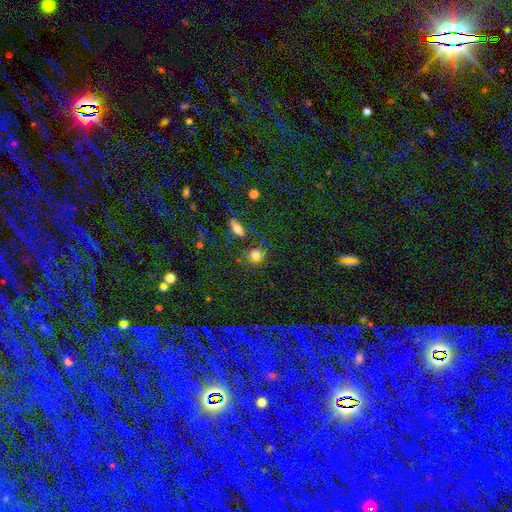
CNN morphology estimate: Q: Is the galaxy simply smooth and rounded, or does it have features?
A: smooth — 77%.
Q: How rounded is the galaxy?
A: round — 64%.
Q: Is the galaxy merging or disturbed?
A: none — 70%.